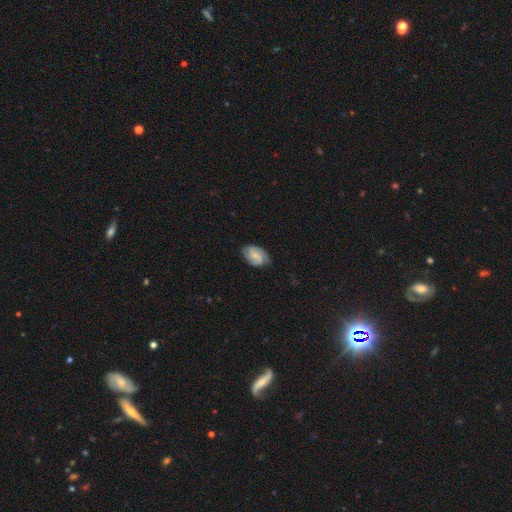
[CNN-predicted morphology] type=featured or disk (66%); edge-on=no (97%); bar=weak (50%); spiral arms=yes (94%); winding=medium (45%); arm count=2 (82%); bulge=small (45%); merging=none (77%).